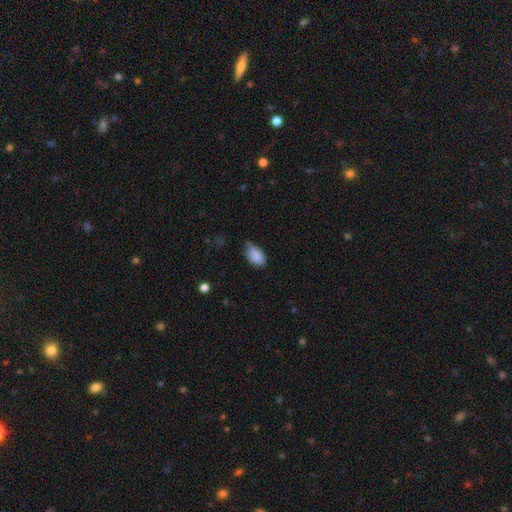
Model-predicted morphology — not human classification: Smooth or featured?
  - smooth: 88% *
  - star or artifact: 7%
  - featured or disk: 5%
How rounded?
  - in between: 92% *
  - round: 6%
  - cigar-shaped: 2%
Merging?
  - none: 57% *
  - minor disturbance: 35%
  - major disturbance: 6%
  - merger: 2%